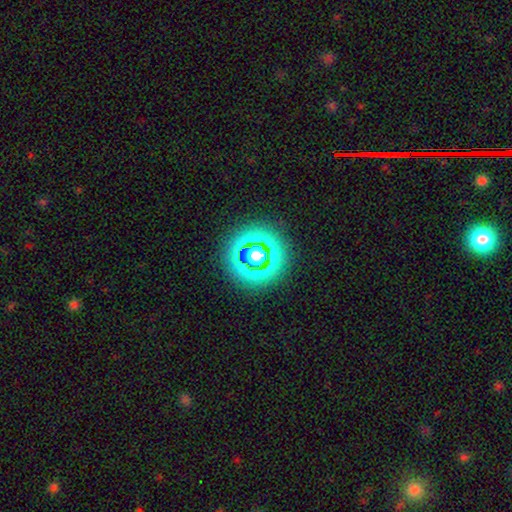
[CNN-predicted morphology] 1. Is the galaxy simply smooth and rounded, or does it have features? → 56% star or artifact, 29% smooth, 15% featured or disk.